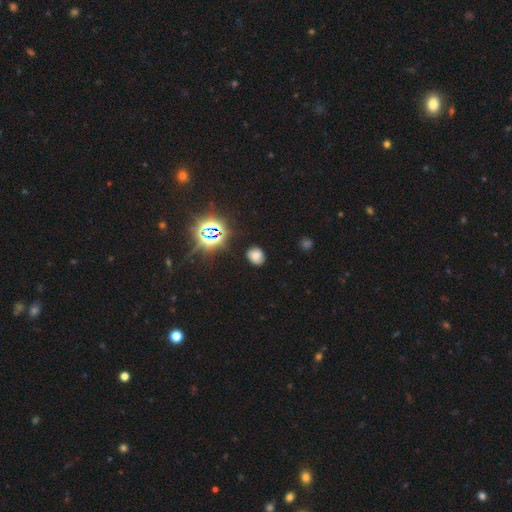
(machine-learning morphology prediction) Smooth or featured? smooth (66%)
How rounded? round (51%)
Merging? none (82%)